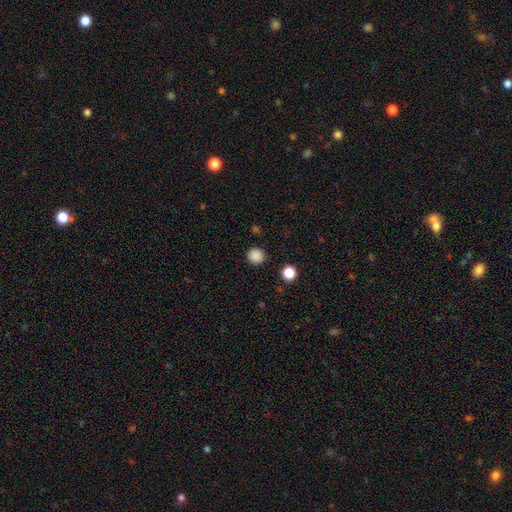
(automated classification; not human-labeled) Smooth or featured? Predicted: smooth (p=0.86). How rounded? Predicted: round (p=0.93). Merging? Predicted: none (p=0.91).